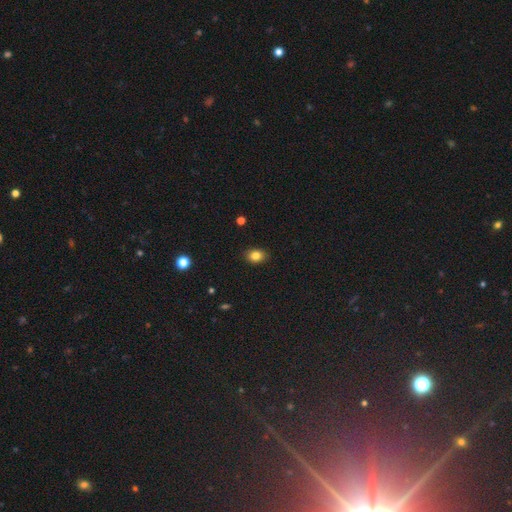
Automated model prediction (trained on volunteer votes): A smooth galaxy with no disk features (83%) that is in between round and cigar-shaped (64%). Merging: none (87%).